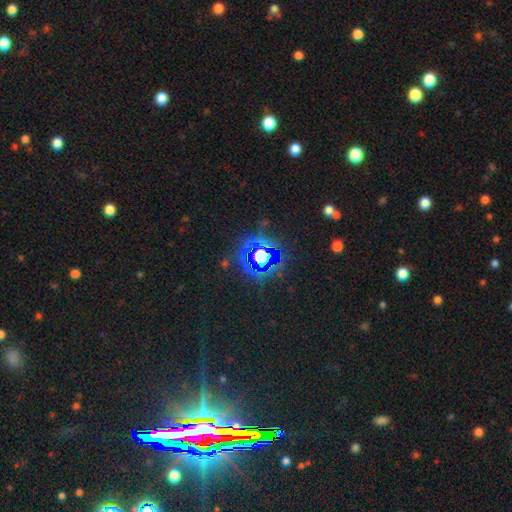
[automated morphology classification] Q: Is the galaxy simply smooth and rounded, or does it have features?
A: star or artifact — 84%.